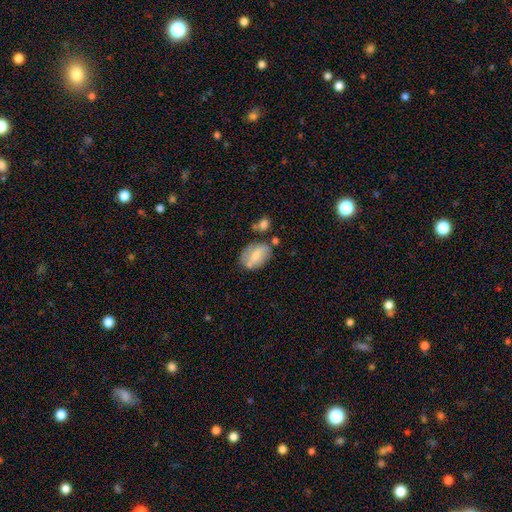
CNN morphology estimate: smooth 59%, featured or disk 34%, star or artifact 7%. Down the decision tree: how rounded — in between (85%); merging — none (59%).